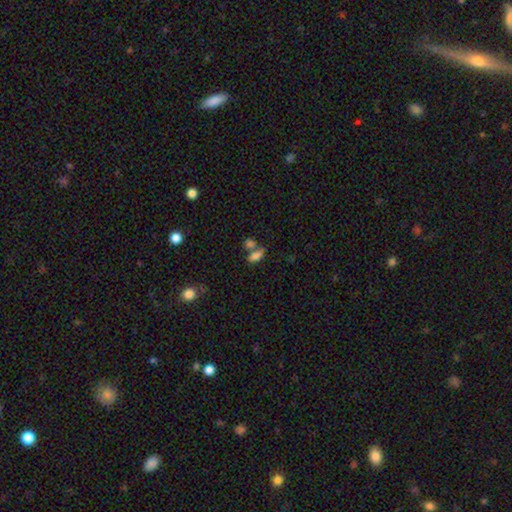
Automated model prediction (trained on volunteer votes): Smooth or featured: smooth — 78% (featured or disk — 11%)
How rounded: in between — 81% (cigar-shaped — 12%)
Merging: merger — 41% (tied with none — 41%)